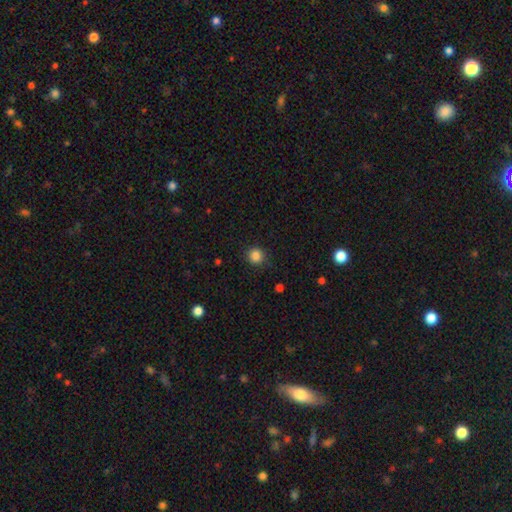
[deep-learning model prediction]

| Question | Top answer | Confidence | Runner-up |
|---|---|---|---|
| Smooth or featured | smooth | 85% | star or artifact (11%) |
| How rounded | round | 91% | in between (8%) |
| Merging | none | 85% | minor disturbance (11%) |